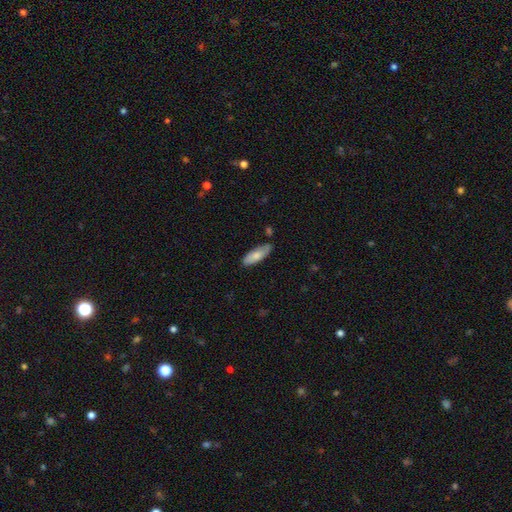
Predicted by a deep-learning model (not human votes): Smooth or featured? smooth (75%)
How rounded? in between (65%)
Merging? none (74%)